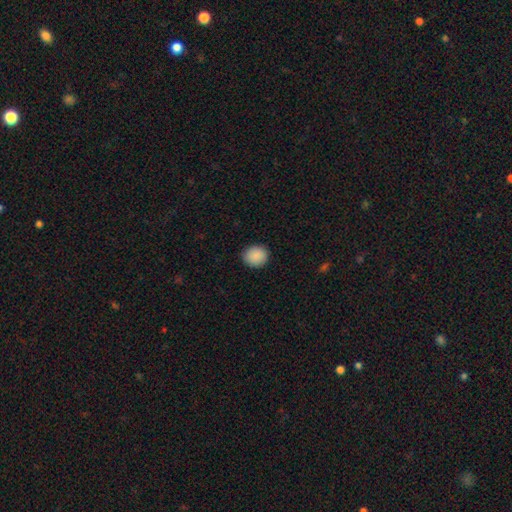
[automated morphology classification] smooth 90%, star or artifact 8%, featured or disk 3%. Down the decision tree: how rounded — round (80%); merging — none (90%).